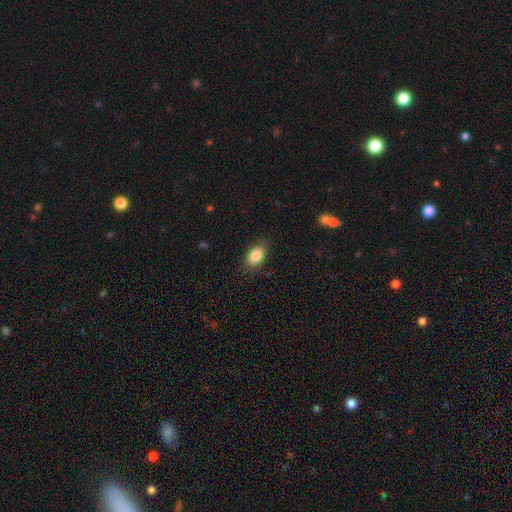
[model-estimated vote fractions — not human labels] smooth 86%, star or artifact 8%, featured or disk 6%. Down the decision tree: how rounded — in between (87%); merging — none (84%).